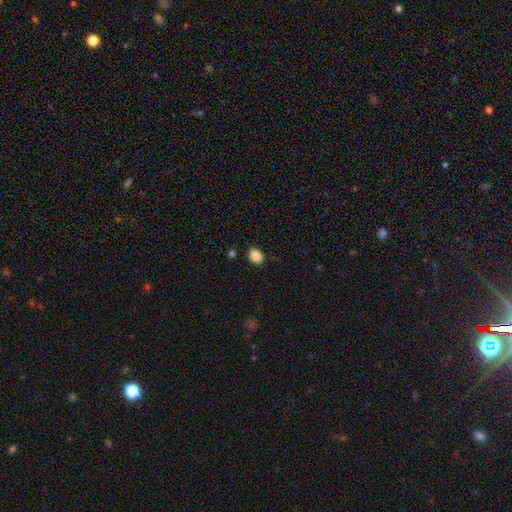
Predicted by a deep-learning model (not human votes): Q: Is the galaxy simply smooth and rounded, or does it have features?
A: smooth — 86%.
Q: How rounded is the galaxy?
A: in between — 79%.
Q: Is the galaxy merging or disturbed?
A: none — 87%.